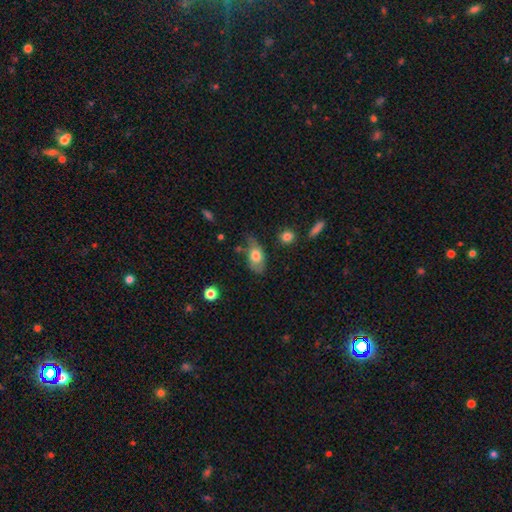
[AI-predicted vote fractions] Overall: smooth (71%). How rounded: in between (87%). Merging: none (52%; minor disturbance 33%).